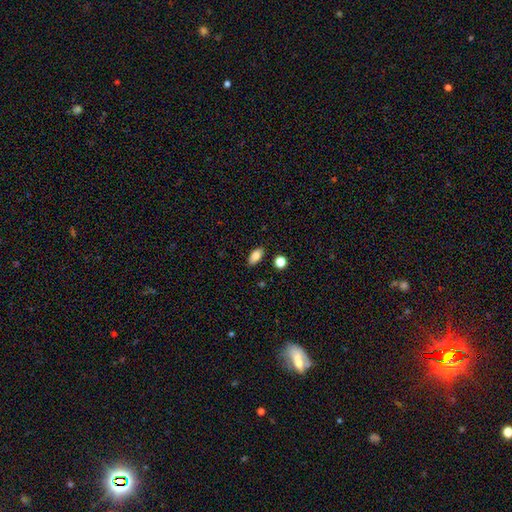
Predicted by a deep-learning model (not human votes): The model was most divided on "smooth or featured": smooth: 80%, featured or disk: 12%, star or artifact: 8%. More confident: how rounded — in between (89%); merging — none (85%).